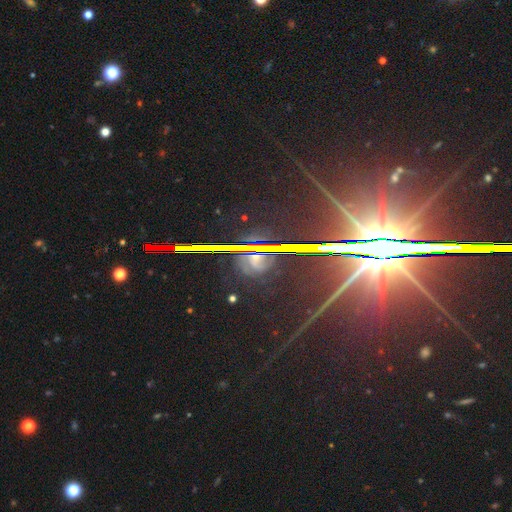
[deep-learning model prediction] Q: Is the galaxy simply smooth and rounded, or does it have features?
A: star or artifact — 77%.